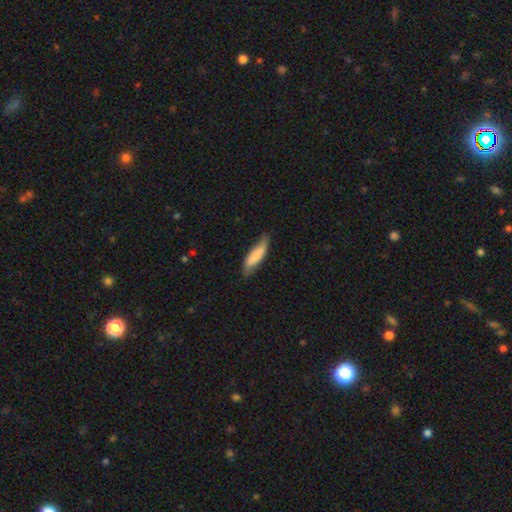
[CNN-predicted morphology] This appears to be a smooth galaxy with no disk features (73%) that is cigar-shaped (65%). Merging: none (62%).